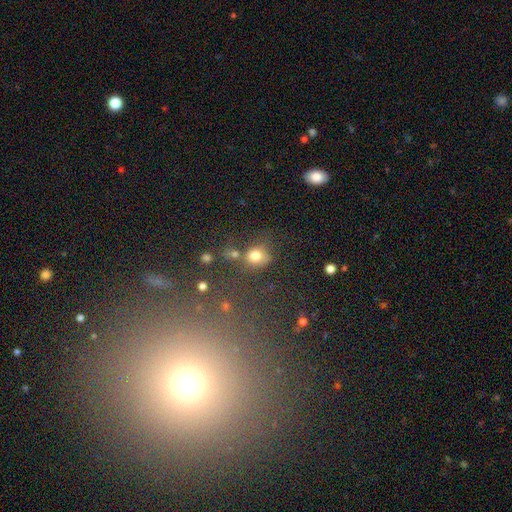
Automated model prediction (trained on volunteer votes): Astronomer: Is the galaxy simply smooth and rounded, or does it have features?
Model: smooth — 75%.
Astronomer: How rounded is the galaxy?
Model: round — 74%.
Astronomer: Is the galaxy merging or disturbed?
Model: none — 55%.